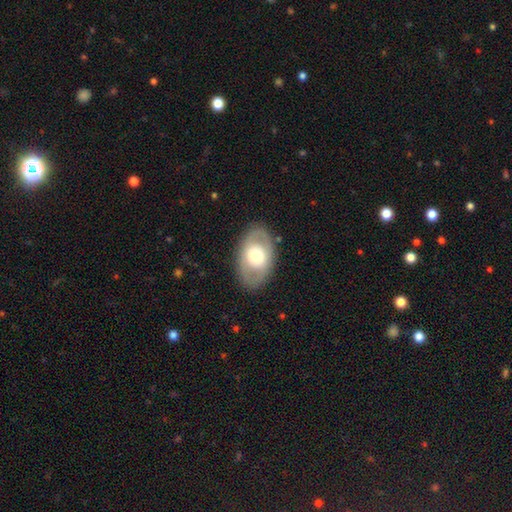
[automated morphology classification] This is possibly a smooth galaxy (48%). Merging: clearly none (83%).